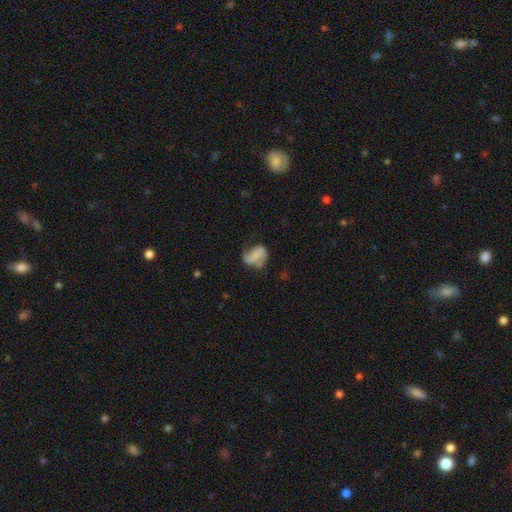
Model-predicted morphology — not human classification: This is possibly a smooth galaxy (49%). Merging: marginally none (39%).